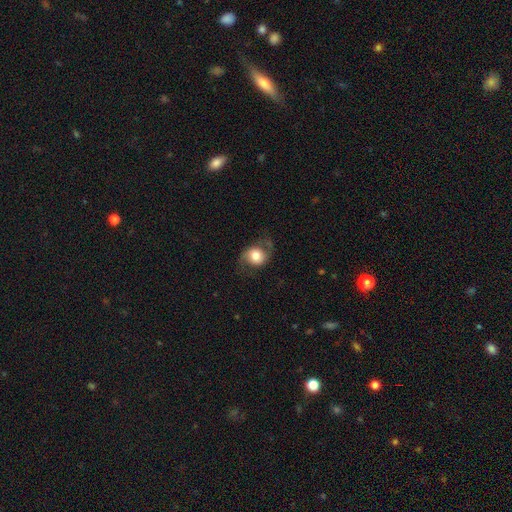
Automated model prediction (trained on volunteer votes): Smooth or featured? Predicted: smooth (p=0.47). Merging? Predicted: none (p=0.63).